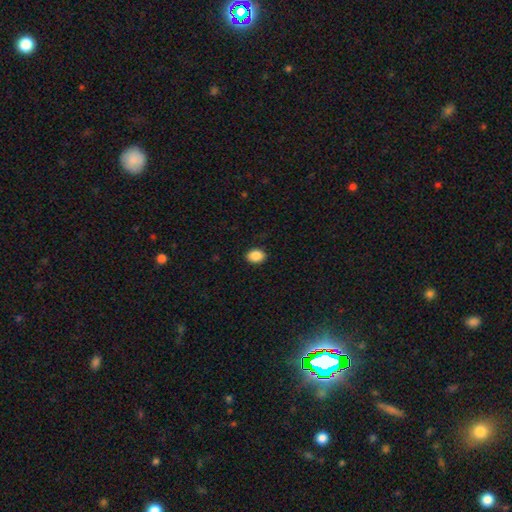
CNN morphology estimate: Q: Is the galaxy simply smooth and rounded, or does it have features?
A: smooth — 88%.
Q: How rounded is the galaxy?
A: in between — 64%.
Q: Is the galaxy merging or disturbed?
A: none — 90%.